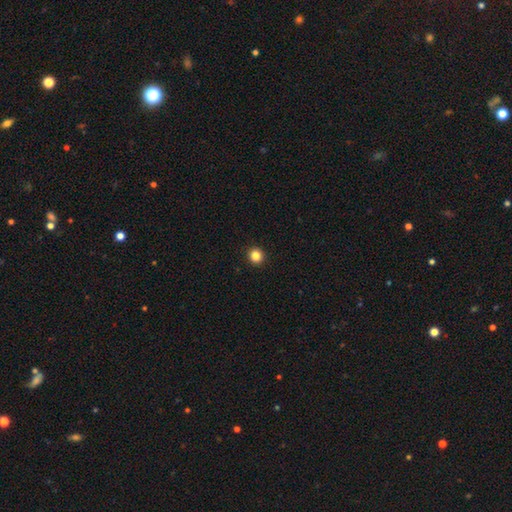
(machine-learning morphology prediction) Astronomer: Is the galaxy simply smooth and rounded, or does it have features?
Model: smooth — 84%.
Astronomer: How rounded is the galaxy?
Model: round — 94%.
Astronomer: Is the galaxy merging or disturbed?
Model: none — 94%.